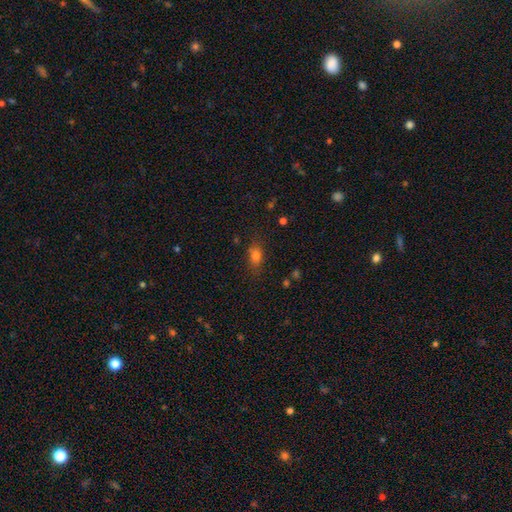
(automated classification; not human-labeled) smooth-or-featured: smooth: 78% | star or artifact: 14% | featured or disk: 8%
  how-rounded: in between: 76% | round: 19% | cigar-shaped: 5%
  merging: none: 77% | minor disturbance: 16% | major disturbance: 5% | merger: 2%